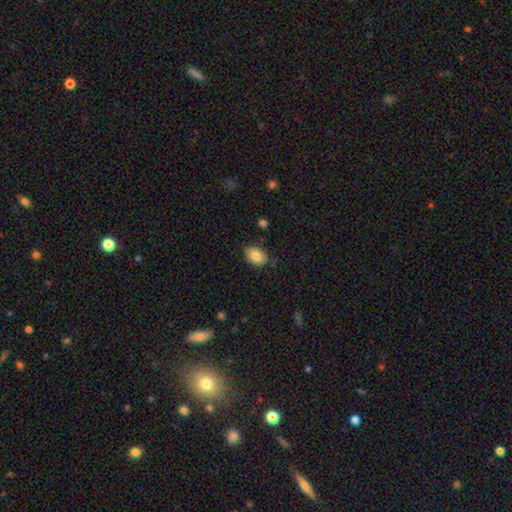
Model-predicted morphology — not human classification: This appears to be a smooth galaxy with no disk features (83%) that is in between round and cigar-shaped (76%). Merging: none (82%).